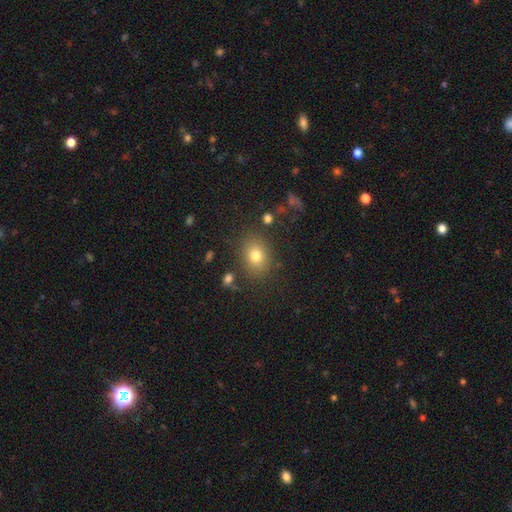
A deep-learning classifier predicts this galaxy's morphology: A smooth galaxy with no disk features (77%) that is in between round and cigar-shaped (53%).

Vote fractions:
- Smooth or featured? smooth: 77% / star or artifact: 13% / featured or disk: 10%
- How rounded? in between: 53% / round: 46% / cigar-shaped: 1%
- Merging? none: 82% / minor disturbance: 11% / major disturbance: 4% / merger: 3%